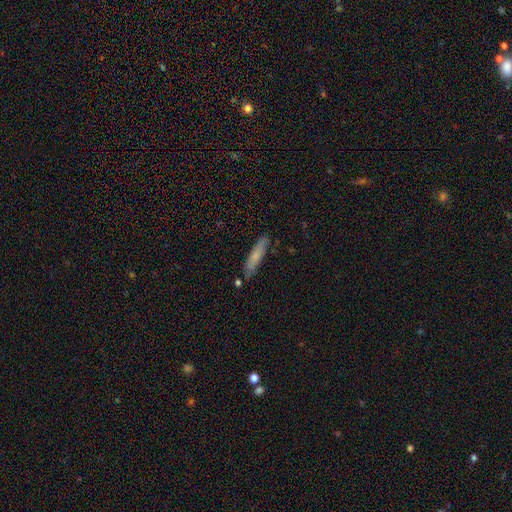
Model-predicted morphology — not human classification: smooth 70%, featured or disk 23%, star or artifact 7%. Down the decision tree: how rounded — cigar-shaped (86%); merging — none (80%).